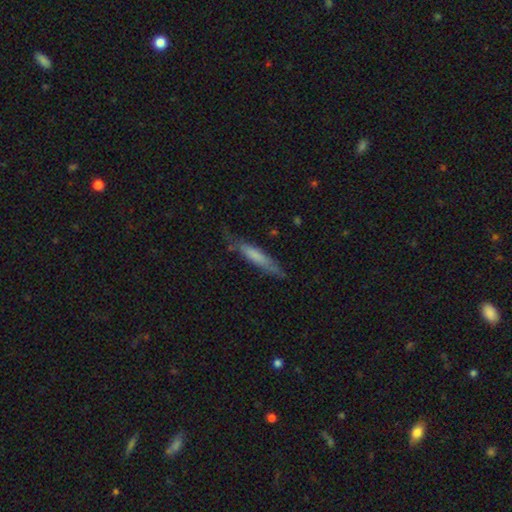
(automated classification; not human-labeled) This appears to be a smooth galaxy with no disk features (64%) that is cigar-shaped (90%). Merging: none (71%).